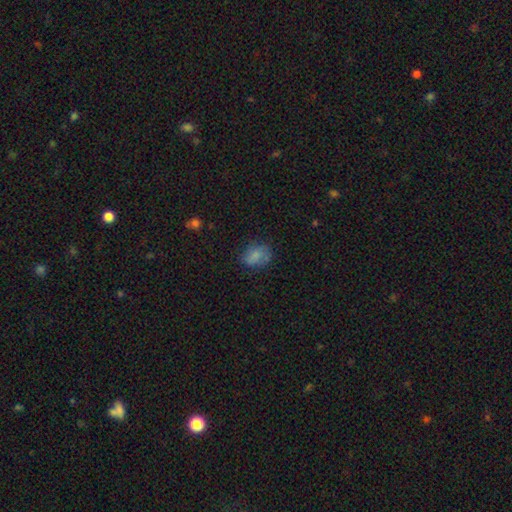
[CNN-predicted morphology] A smooth galaxy with no disk features (78%) that is in between round and cigar-shaped (73%). Merging: none (66%).